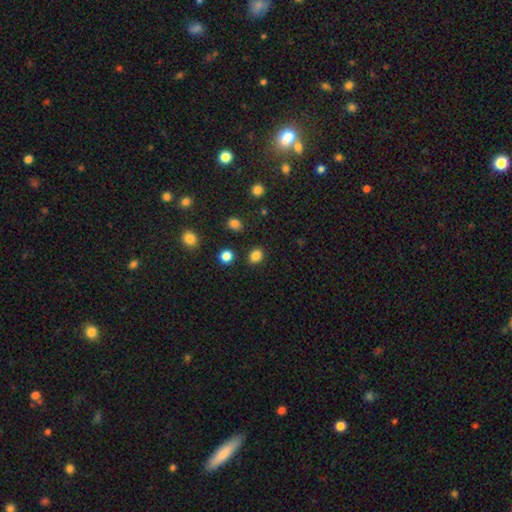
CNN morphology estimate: This is clearly a smooth galaxy (84%). How rounded: possibly round (53%). Merging: clearly none (87%).